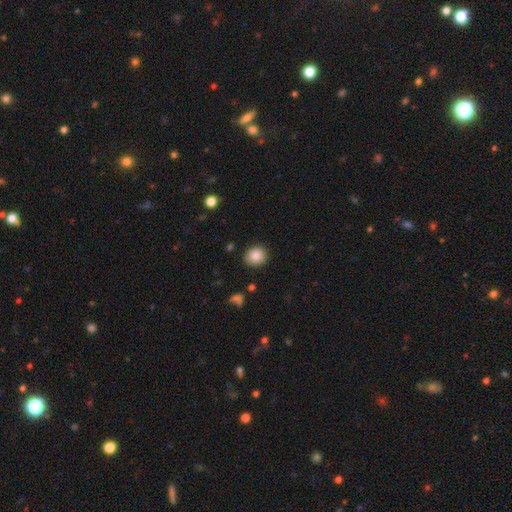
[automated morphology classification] smooth-or-featured: smooth: 87% | star or artifact: 9% | featured or disk: 4%
  how-rounded: round: 82% | in between: 17% | cigar-shaped: 1%
  merging: none: 87% | minor disturbance: 9% | major disturbance: 2% | merger: 1%